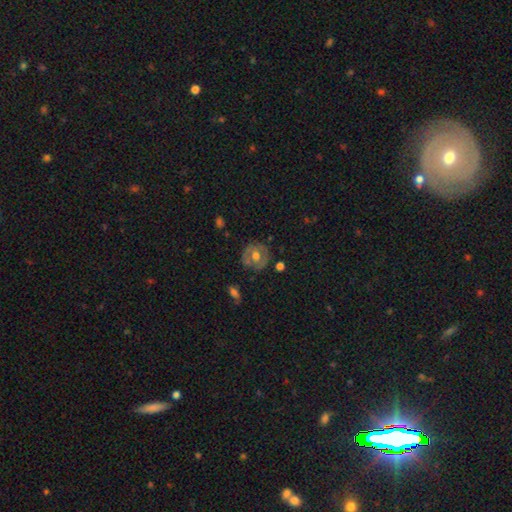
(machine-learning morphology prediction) The model was most divided on "smooth or featured": featured or disk: 48%, smooth: 45%, star or artifact: 7%. More confident: merging — none (74%).